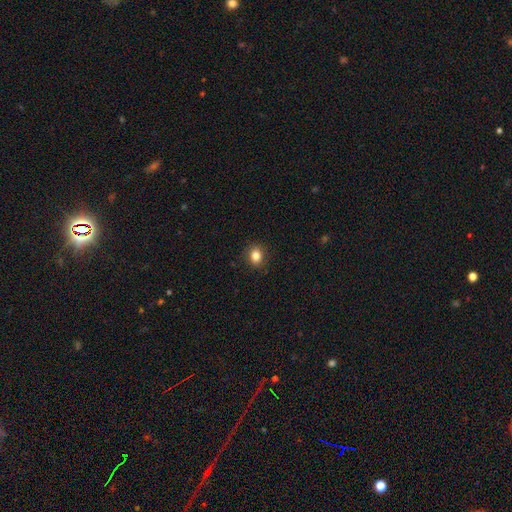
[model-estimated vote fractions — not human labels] This is clearly a smooth galaxy (83%). How rounded: possibly round (59%). Merging: clearly none (89%).